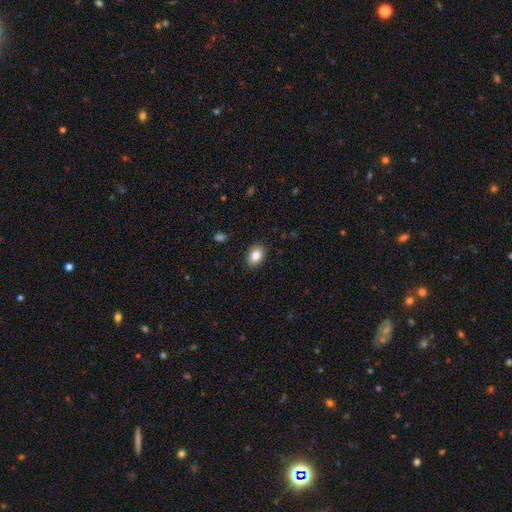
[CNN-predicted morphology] A smooth galaxy with no disk features (86%) that is in between round and cigar-shaped (76%).

Vote fractions:
- Smooth or featured? smooth: 86% / star or artifact: 8% / featured or disk: 6%
- How rounded? in between: 76% / round: 23% / cigar-shaped: 1%
- Merging? none: 88% / minor disturbance: 9% / major disturbance: 2% / merger: 1%